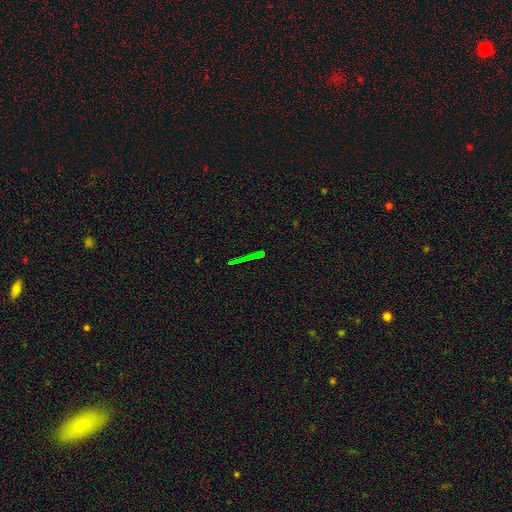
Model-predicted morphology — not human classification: Overall: star or artifact (59%; smooth 24%).